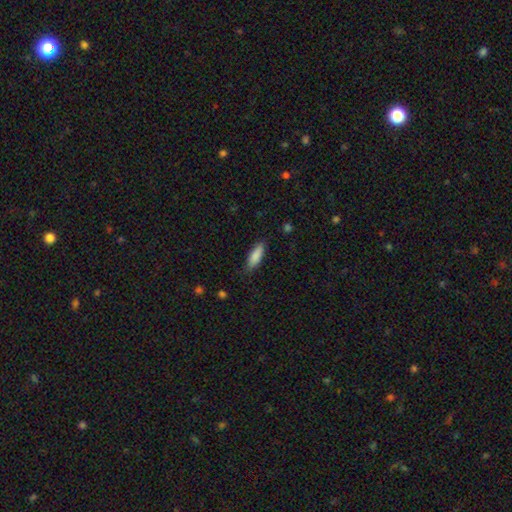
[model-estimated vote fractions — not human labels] Smooth or featured: smooth — 86% (featured or disk — 8%)
How rounded: in between — 57% (cigar-shaped — 42%)
Merging: none — 81% (minor disturbance — 15%)